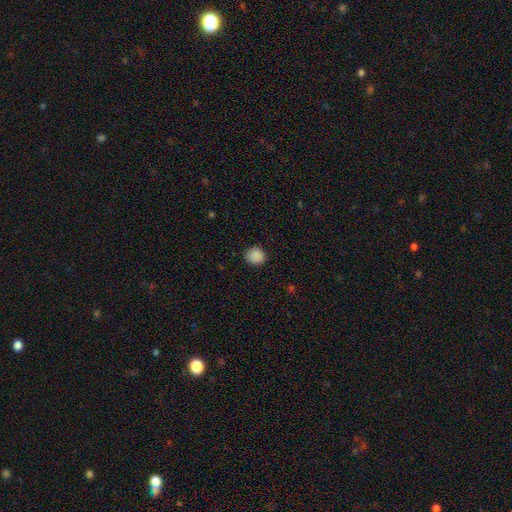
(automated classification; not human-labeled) A smooth galaxy with no disk features (88%) that is round (82%). Merging: none (86%).